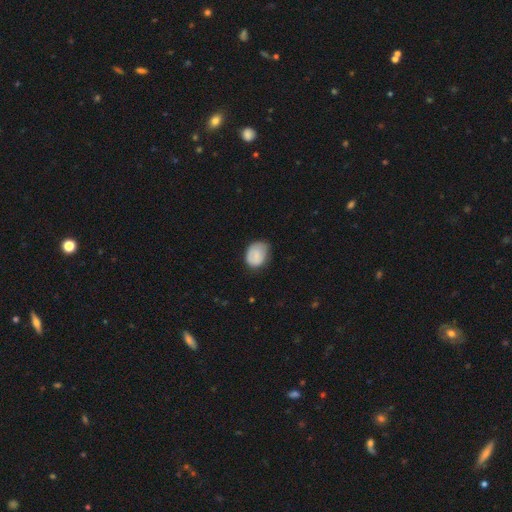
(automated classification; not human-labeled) Smooth or featured? Predicted: smooth (p=0.78). How rounded? Predicted: in between (p=0.60). Merging? Predicted: none (p=0.59).